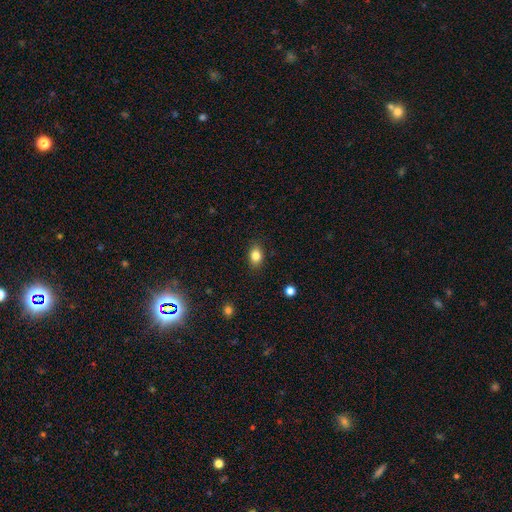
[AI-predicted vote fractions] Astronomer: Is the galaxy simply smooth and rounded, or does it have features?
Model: smooth — 84%.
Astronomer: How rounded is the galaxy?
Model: in between — 77%.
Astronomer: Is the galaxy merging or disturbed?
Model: none — 87%.